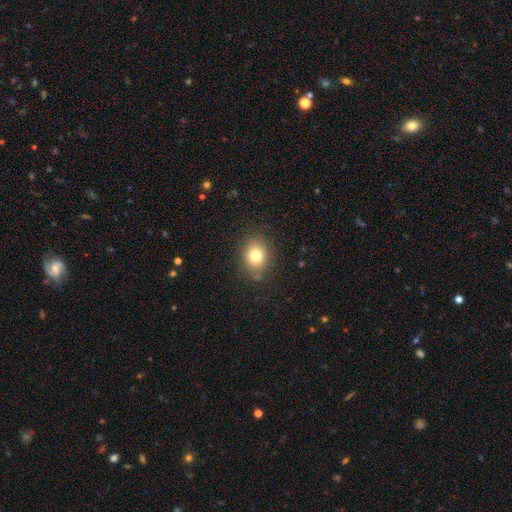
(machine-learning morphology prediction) smooth_or_featured: smooth (p=0.78) [alt: star or artifact p=0.12]
how_rounded: round (p=0.54) [alt: in between p=0.45]
merging: none (p=0.83) [alt: minor disturbance p=0.12]